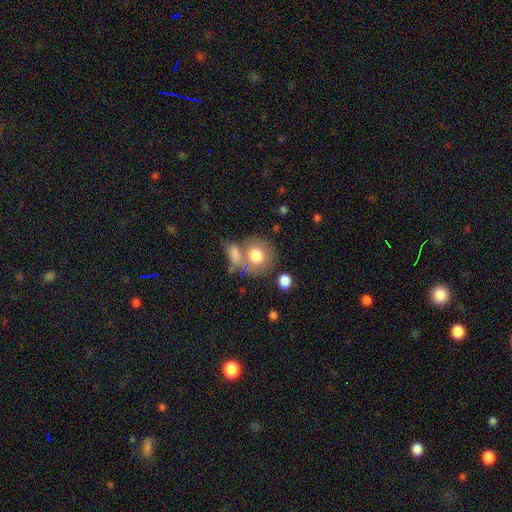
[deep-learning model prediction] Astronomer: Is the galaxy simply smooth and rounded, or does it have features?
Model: smooth — 76%.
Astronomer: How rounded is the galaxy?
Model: round — 77%.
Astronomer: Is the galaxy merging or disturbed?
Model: none — 49% (runner-up: merger, 31%).